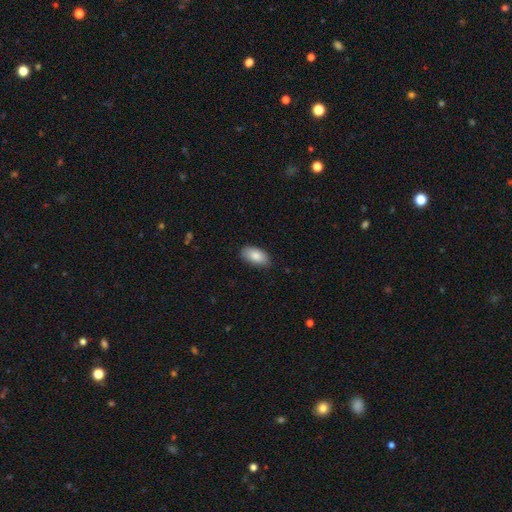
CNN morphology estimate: Smooth or featured?
  - smooth: 86% *
  - featured or disk: 7%
  - star or artifact: 6%
How rounded?
  - in between: 94% *
  - round: 3%
  - cigar-shaped: 3%
Merging?
  - none: 84% *
  - minor disturbance: 13%
  - major disturbance: 2%
  - merger: 1%